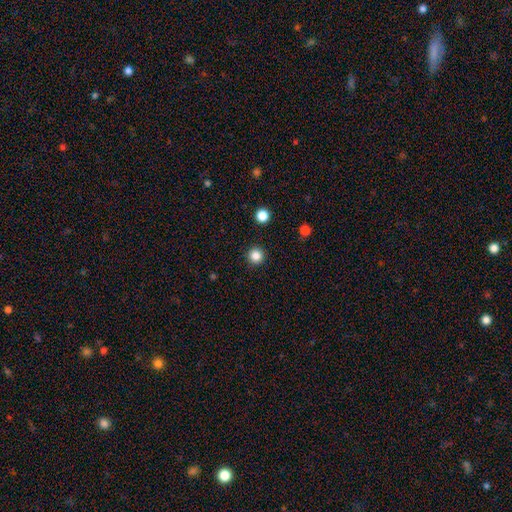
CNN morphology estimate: A smooth galaxy with no disk features (84%) that is round (96%). Merging: none (93%).